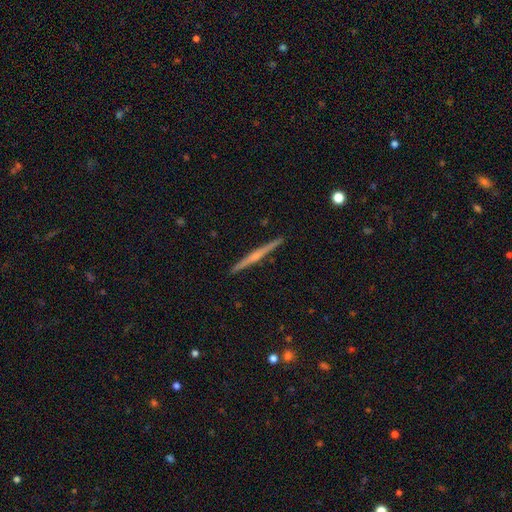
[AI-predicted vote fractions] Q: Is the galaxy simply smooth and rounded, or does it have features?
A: featured or disk — 73%.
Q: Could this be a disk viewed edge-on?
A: yes — 98%.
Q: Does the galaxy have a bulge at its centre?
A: rounded — 65%.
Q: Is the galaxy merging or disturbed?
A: none — 93%.